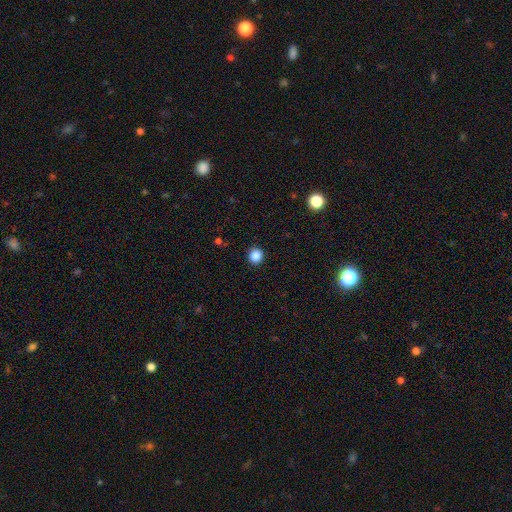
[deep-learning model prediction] A smooth galaxy with no disk features (86%) that is round (93%).

Vote fractions:
- Smooth or featured? smooth: 86% / star or artifact: 11% / featured or disk: 3%
- How rounded? round: 93% / in between: 6% / cigar-shaped: 1%
- Merging? none: 93% / minor disturbance: 5% / major disturbance: 2% / merger: 1%